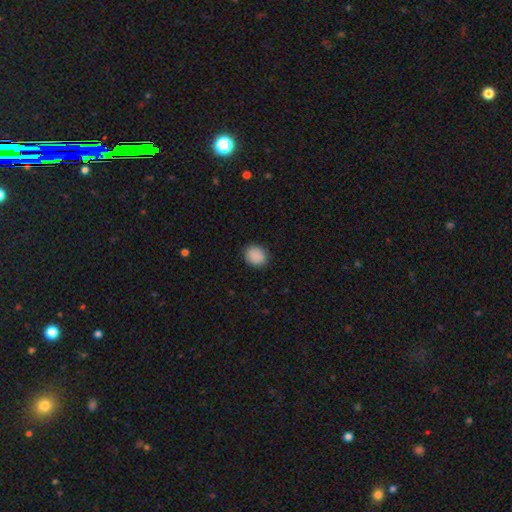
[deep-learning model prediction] Smooth or featured? Predicted: smooth (p=0.89). How rounded? Predicted: round (p=0.70). Merging? Predicted: none (p=0.88).